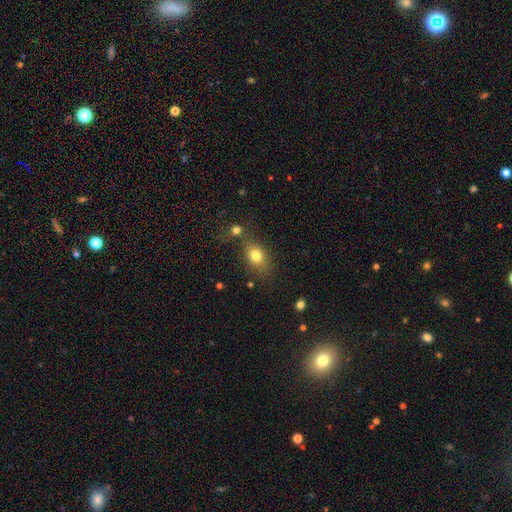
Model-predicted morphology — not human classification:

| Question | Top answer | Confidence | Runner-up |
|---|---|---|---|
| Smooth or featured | smooth | 77% | star or artifact (12%) |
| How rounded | in between | 66% | round (31%) |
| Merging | none | 61% | merger (17%) |